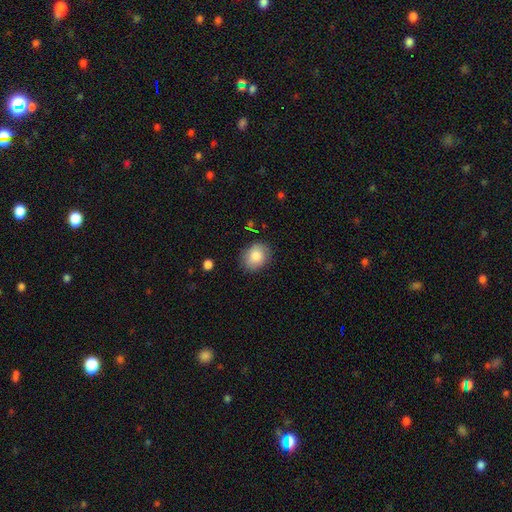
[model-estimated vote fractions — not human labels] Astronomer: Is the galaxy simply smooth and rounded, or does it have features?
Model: smooth — 83%.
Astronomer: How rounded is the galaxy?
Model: in between — 50% (runner-up: round, 49%).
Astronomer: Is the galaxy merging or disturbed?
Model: none — 81%.